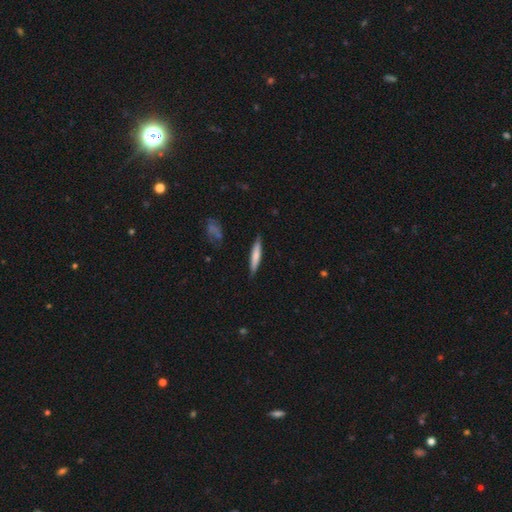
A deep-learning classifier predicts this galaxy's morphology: Smooth or featured: smooth — 70% (featured or disk — 24%)
How rounded: cigar-shaped — 91% (in between — 8%)
Merging: none — 85% (minor disturbance — 11%)